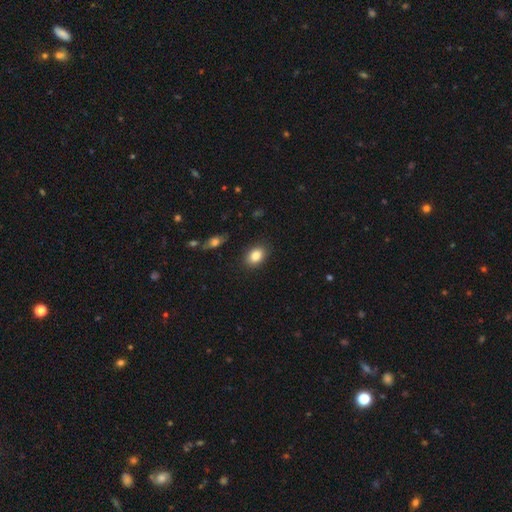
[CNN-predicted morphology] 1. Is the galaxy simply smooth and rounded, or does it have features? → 84% smooth, 9% star or artifact, 7% featured or disk.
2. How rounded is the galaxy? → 74% in between, 25% round, 1% cigar-shaped.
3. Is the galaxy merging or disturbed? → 88% none, 9% minor disturbance, 2% major disturbance, 1% merger.